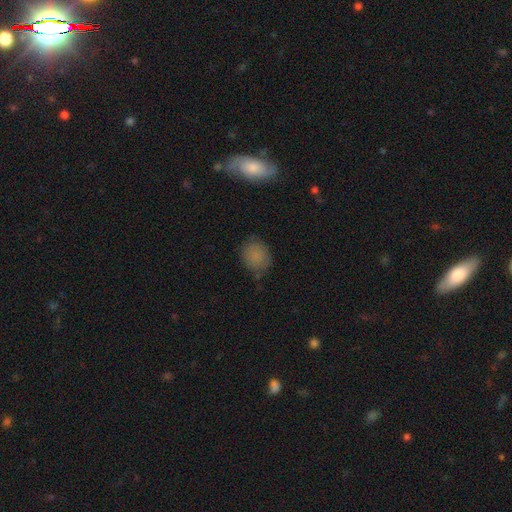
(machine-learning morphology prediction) Q: Smooth or featured?
A: smooth (82%); runner-up: star or artifact (11%)
Q: How rounded?
A: round (63%); runner-up: in between (36%)
Q: Merging?
A: none (75%); runner-up: minor disturbance (18%)